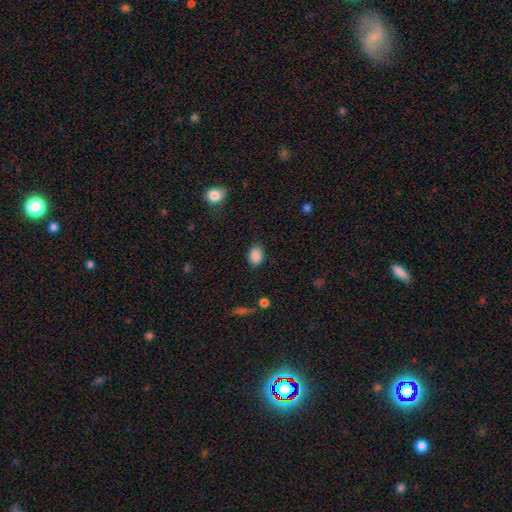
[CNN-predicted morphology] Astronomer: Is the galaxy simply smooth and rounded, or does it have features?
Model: smooth — 87%.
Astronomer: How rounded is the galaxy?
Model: in between — 69%.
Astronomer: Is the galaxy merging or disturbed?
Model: none — 77%.